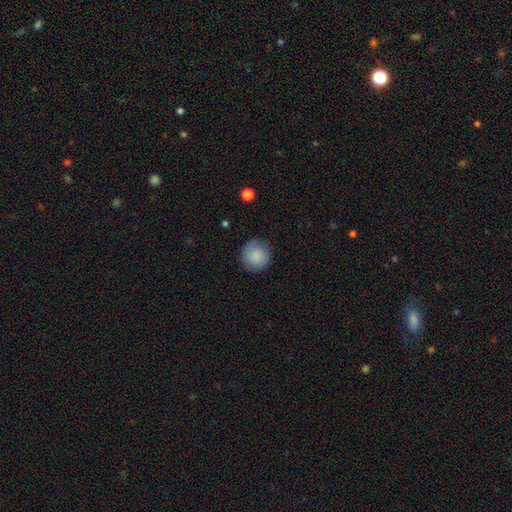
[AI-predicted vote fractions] Smooth or featured? Predicted: smooth (p=0.83). How rounded? Predicted: round (p=0.92). Merging? Predicted: none (p=0.82).